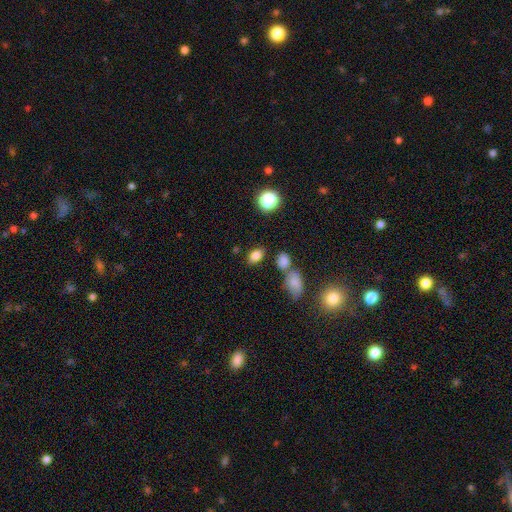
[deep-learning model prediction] Morphology: type=smooth (82%); roundness=in between (83%); merging=none (77%).